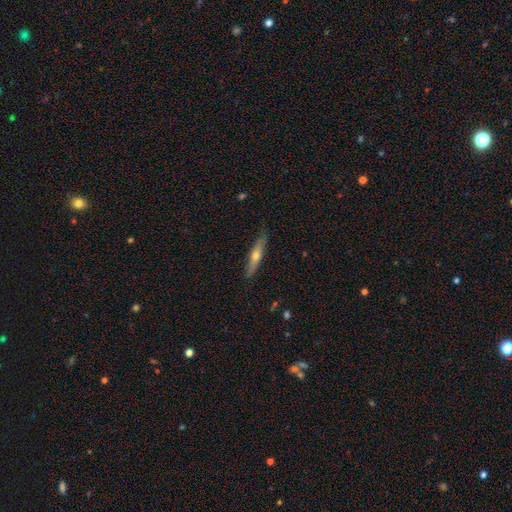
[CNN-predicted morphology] This is possibly a featured or disk galaxy (52%). It is clearly viewed edge-on (87%). Merging: clearly none (84%).